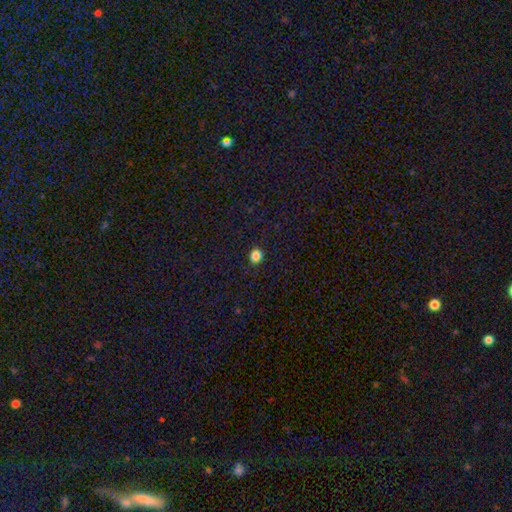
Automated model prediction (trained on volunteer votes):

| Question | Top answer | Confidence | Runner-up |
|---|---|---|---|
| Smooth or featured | smooth | 85% | star or artifact (12%) |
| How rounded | round | 77% | in between (22%) |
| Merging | none | 91% | minor disturbance (6%) |